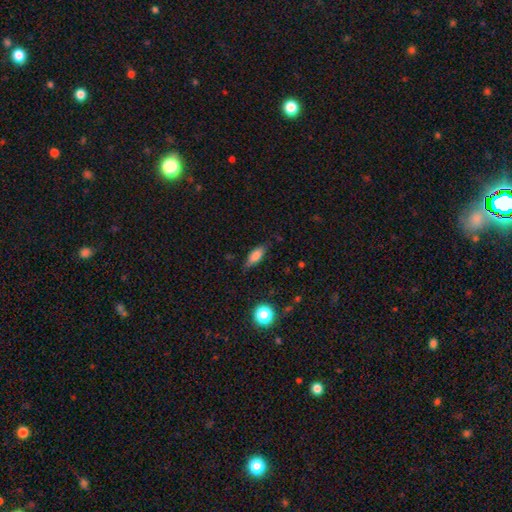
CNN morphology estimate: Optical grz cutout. It shows a smooth galaxy with no disk features (77%) that is in between round and cigar-shaped (71%). Merging: none (77%).